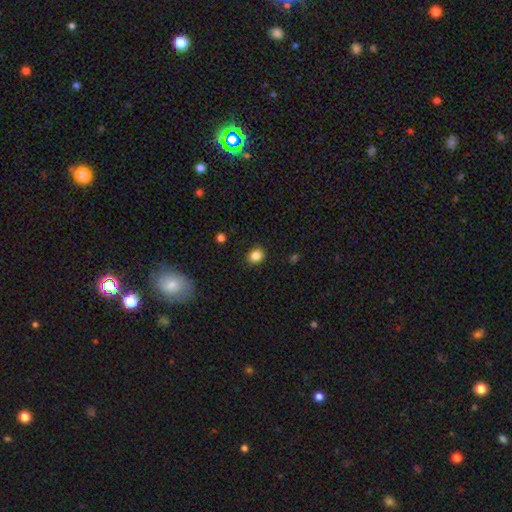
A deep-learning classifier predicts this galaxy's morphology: A smooth galaxy with no disk features (85%) that is round (67%).

Vote fractions:
- Smooth or featured? smooth: 85% / star or artifact: 11% / featured or disk: 4%
- How rounded? round: 67% / in between: 32% / cigar-shaped: 1%
- Merging? none: 89% / minor disturbance: 7% / major disturbance: 2% / merger: 1%